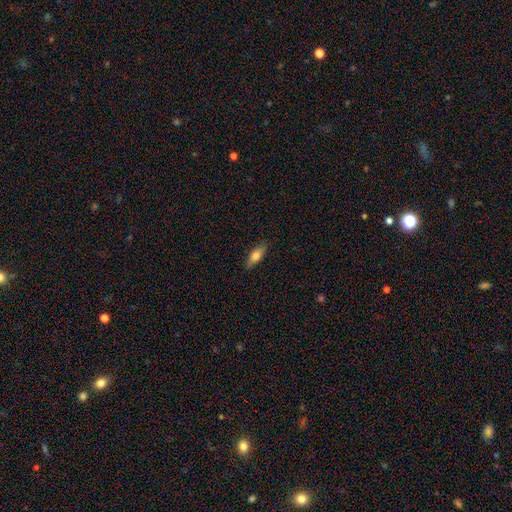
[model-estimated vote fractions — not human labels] Morphology: type=smooth (69%); roundness=in between (60%); merging=none (86%).